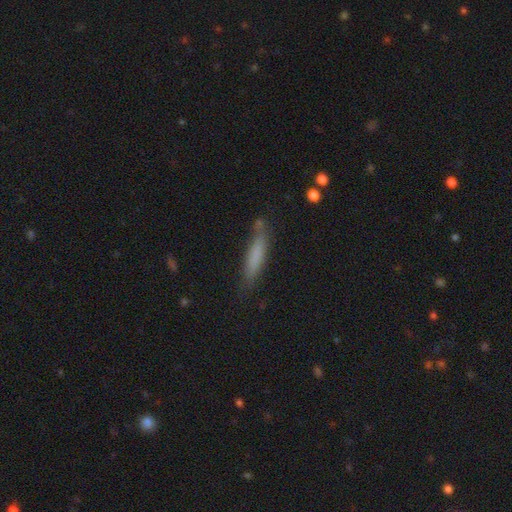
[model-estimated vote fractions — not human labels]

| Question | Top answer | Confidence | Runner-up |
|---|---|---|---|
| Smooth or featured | smooth | 72% | featured or disk (20%) |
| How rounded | cigar-shaped | 86% | in between (12%) |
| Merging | none | 74% | minor disturbance (18%) |